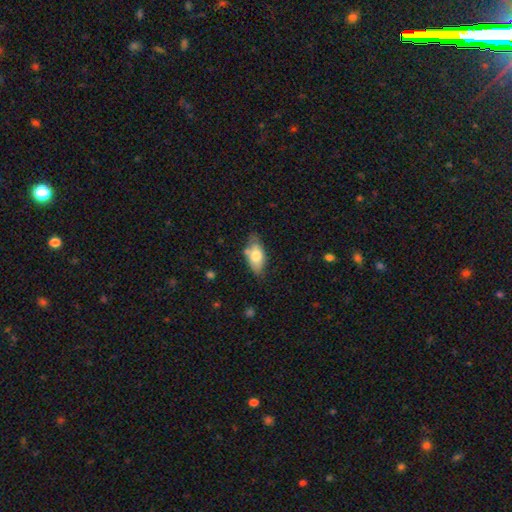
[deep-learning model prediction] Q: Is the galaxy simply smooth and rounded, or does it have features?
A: smooth — 71%.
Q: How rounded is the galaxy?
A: in between — 89%.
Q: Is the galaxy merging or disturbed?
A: none — 64%.